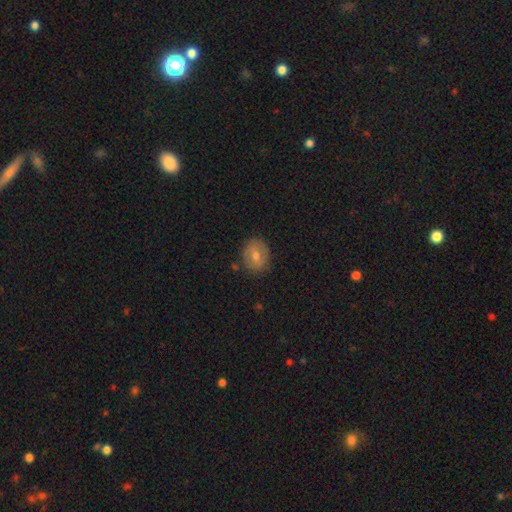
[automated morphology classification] smooth-or-featured: smooth: 60% | featured or disk: 28% | star or artifact: 11%
  how-rounded: round: 61% | in between: 38% | cigar-shaped: 1%
  merging: none: 86% | minor disturbance: 10% | major disturbance: 2% | merger: 2%